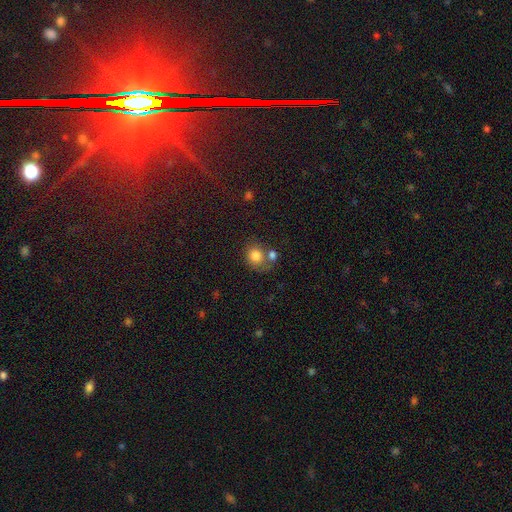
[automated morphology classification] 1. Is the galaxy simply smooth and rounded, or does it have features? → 81% smooth, 10% star or artifact, 9% featured or disk.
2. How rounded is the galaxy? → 73% round, 26% in between, 1% cigar-shaped.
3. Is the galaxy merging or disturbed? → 48% none, 30% merger, 15% minor disturbance, 7% major disturbance.